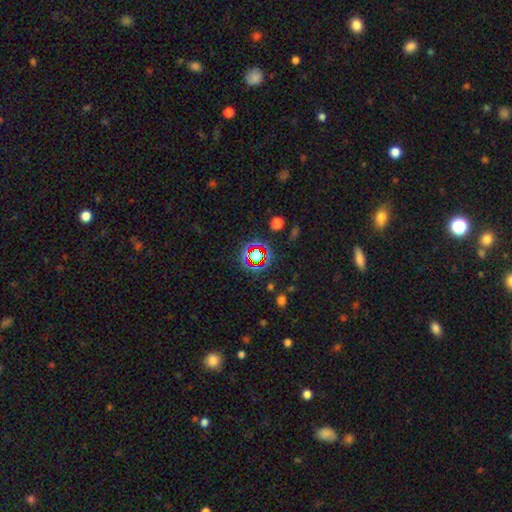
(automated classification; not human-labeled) Smooth or featured? star or artifact (64%)